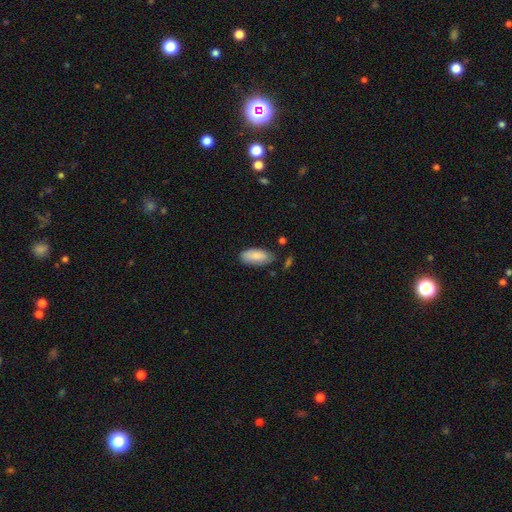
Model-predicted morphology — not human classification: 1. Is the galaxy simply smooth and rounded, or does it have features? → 85% smooth, 9% featured or disk, 6% star or artifact.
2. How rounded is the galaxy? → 91% in between, 7% cigar-shaped, 2% round.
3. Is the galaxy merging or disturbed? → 71% none, 21% minor disturbance, 4% major disturbance, 3% merger.